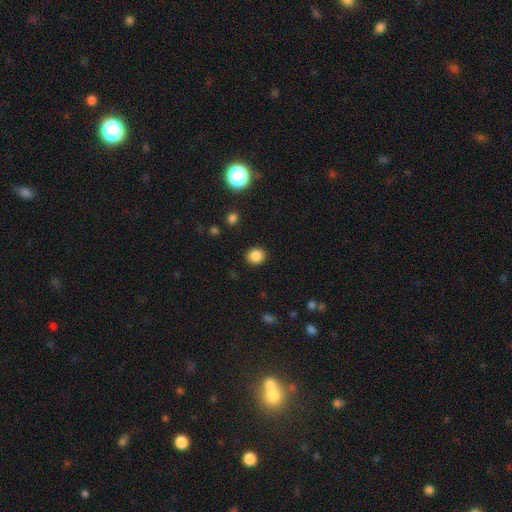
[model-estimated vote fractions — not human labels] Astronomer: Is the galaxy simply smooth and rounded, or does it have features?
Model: smooth — 86%.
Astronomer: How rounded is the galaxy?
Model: round — 79%.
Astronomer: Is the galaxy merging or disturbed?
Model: none — 90%.